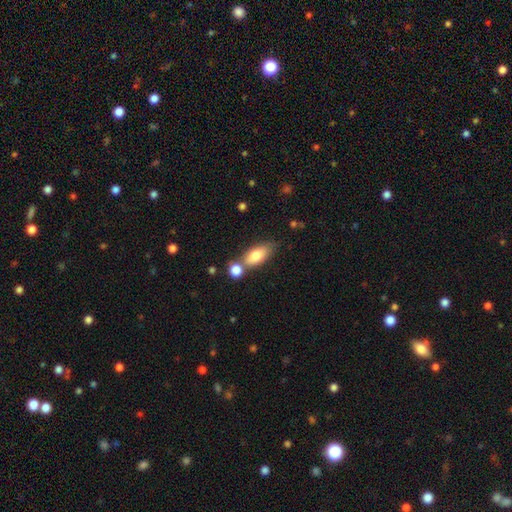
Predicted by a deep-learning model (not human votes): smooth_or_featured: smooth (p=0.78) [alt: featured or disk p=0.15]
how_rounded: in between (p=0.83) [alt: cigar-shaped p=0.13]
merging: none (p=0.54) [alt: merger p=0.26]